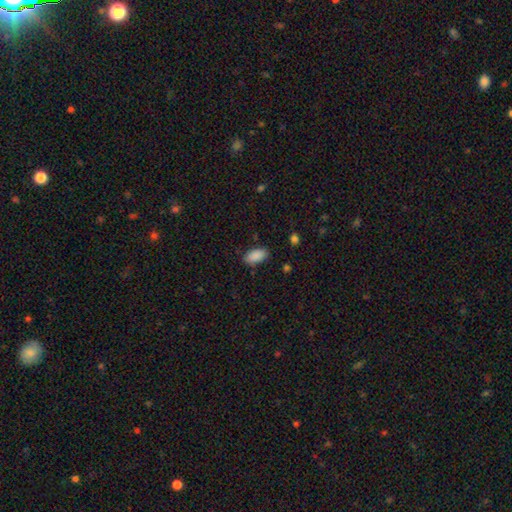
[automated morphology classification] This appears to be a smooth galaxy with no disk features (90%) that is in between round and cigar-shaped (94%). Merging: none (85%).